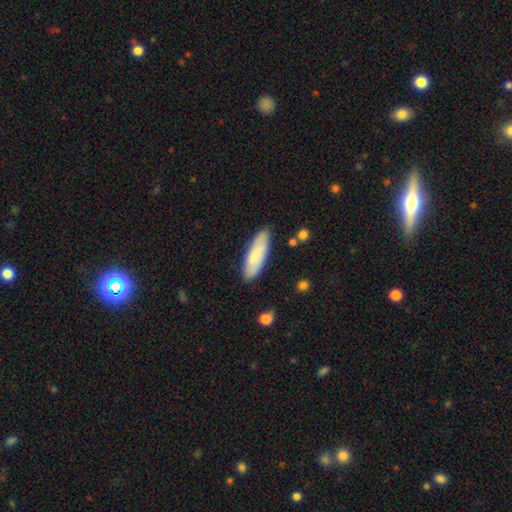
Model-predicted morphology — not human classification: Smooth or featured? smooth (75%)
How rounded? in between (50%)
Merging? none (84%)